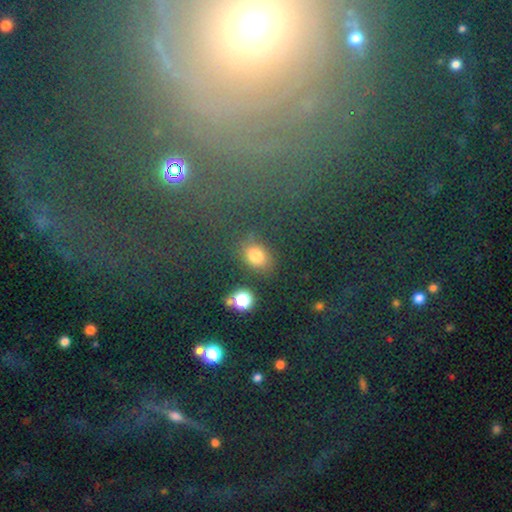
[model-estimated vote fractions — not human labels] A smooth galaxy with no disk features (73%) that is round (51%).

Vote fractions:
- Smooth or featured? smooth: 73% / star or artifact: 19% / featured or disk: 7%
- How rounded? round: 51% / in between: 47% / cigar-shaped: 2%
- Merging? none: 75% / minor disturbance: 12% / merger: 8% / major disturbance: 5%